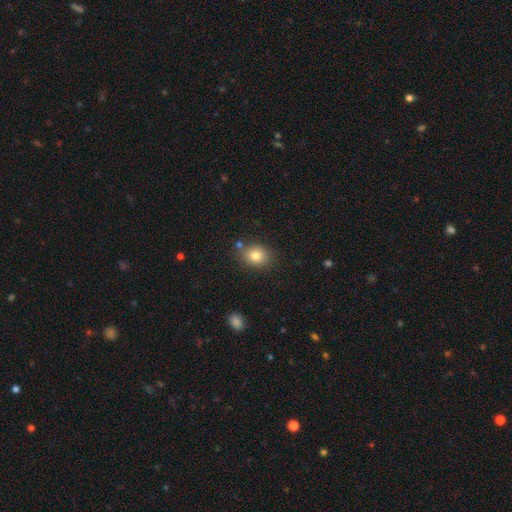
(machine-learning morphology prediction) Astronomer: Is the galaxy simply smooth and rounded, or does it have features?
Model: smooth — 81%.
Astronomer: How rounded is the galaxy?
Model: round — 55% (runner-up: in between, 44%).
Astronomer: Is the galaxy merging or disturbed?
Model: none — 79%.